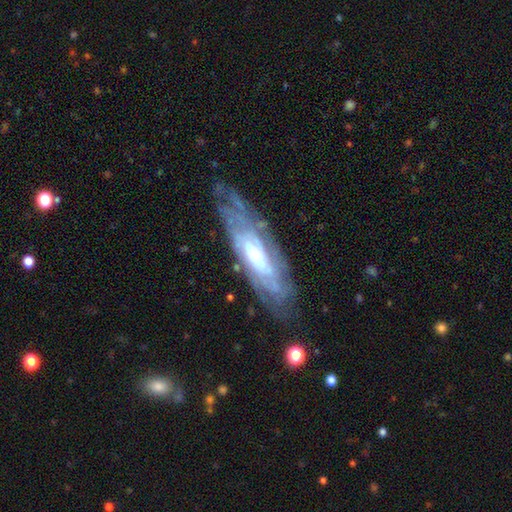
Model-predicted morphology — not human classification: A featured or disk galaxy (79%) with no bar (57%), tight (70%) spiral arms (86%) and a moderate central bulge (41%). Merging: none (68%).